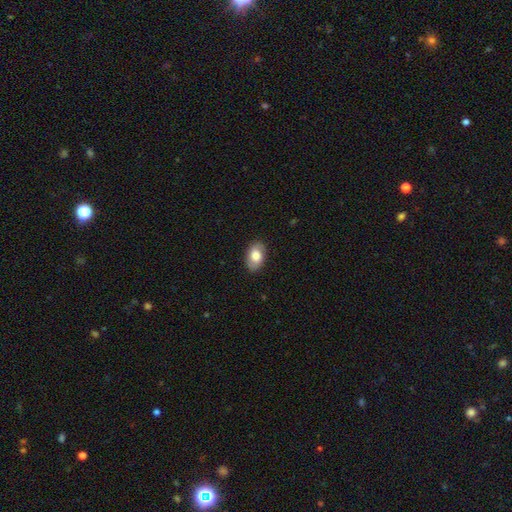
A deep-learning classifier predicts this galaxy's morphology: smooth 74%, featured or disk 19%, star or artifact 7%. Down the decision tree: how rounded — in between (90%); merging — none (85%).